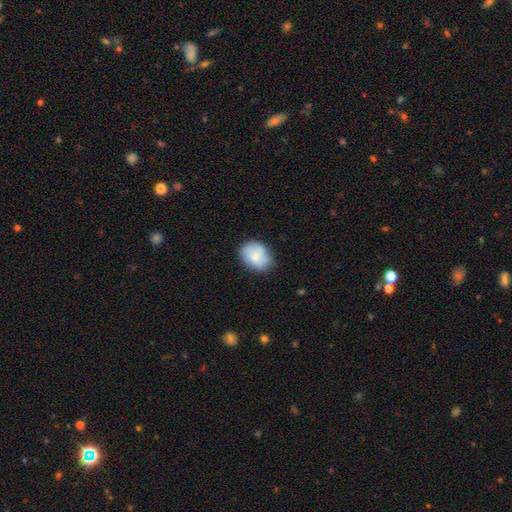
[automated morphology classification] This is likely a smooth galaxy (71%). How rounded: possibly in between (58%). Merging: likely none (70%).